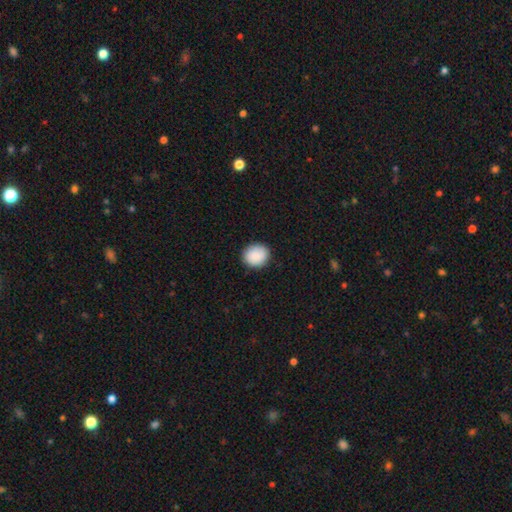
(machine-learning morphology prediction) Smooth or featured: smooth — 90% (star or artifact — 7%)
How rounded: round — 79% (in between — 20%)
Merging: none — 89% (minor disturbance — 8%)